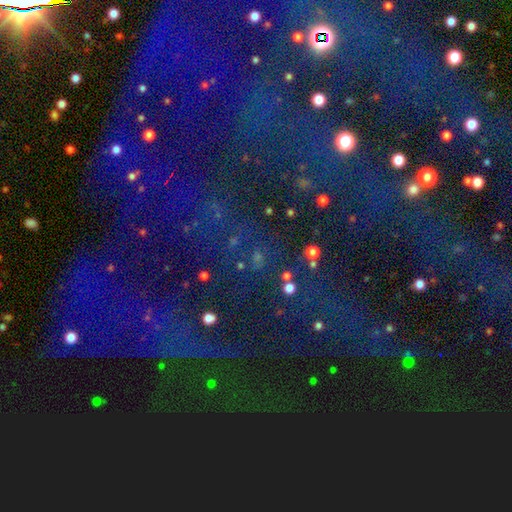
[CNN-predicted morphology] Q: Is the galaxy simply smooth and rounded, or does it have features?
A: star or artifact — 75%.